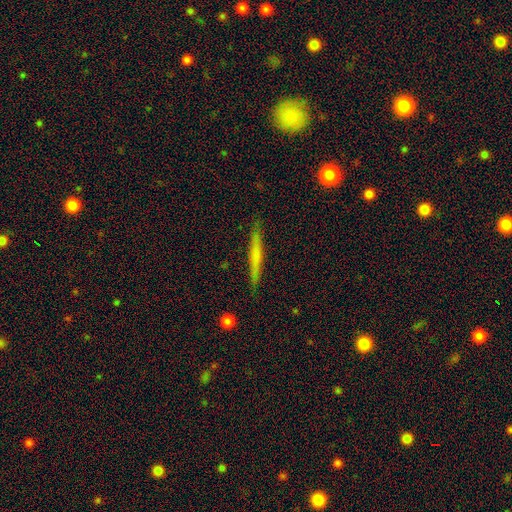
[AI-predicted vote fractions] Morphology: type=smooth (53%); roundness=cigar-shaped (96%); merging=none (89%).